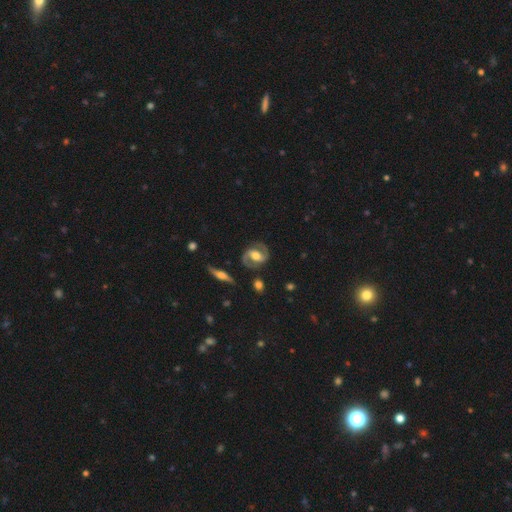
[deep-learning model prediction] A featured or disk galaxy (83%) with a weak bar (39%), 2 (93%) medium (55%) spiral arms (94%) and a moderate central bulge (62%). Merging: none (82%).